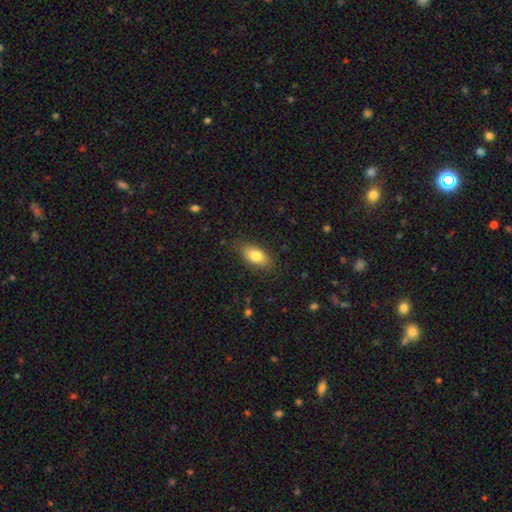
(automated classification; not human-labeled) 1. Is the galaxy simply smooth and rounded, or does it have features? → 79% smooth, 13% featured or disk, 7% star or artifact.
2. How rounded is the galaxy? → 86% in between, 9% cigar-shaped, 5% round.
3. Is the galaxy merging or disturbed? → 82% none, 13% minor disturbance, 3% major disturbance, 1% merger.